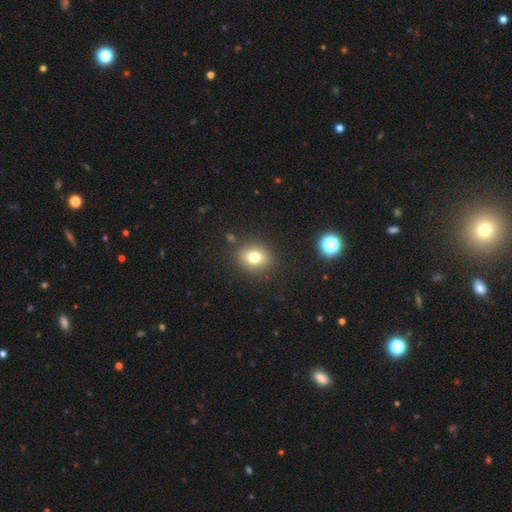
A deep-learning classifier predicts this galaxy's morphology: Smooth or featured? smooth (59%)
How rounded? round (78%)
Merging? none (89%)